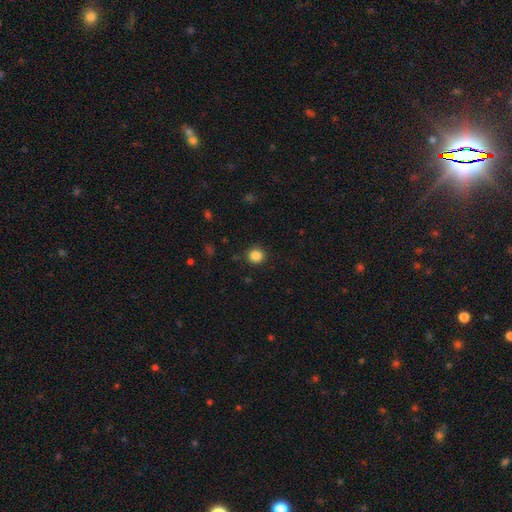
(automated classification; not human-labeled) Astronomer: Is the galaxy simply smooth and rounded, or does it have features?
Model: smooth — 86%.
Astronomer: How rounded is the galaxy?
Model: round — 93%.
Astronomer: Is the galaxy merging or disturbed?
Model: none — 90%.